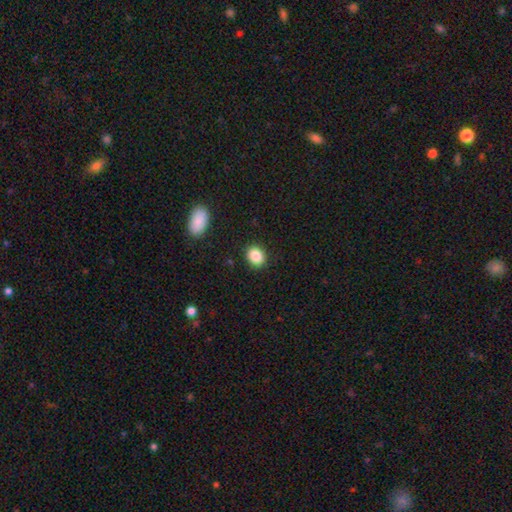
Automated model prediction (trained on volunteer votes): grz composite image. It shows a smooth galaxy with no disk features (87%) that is round (52%). Merging: none (89%).